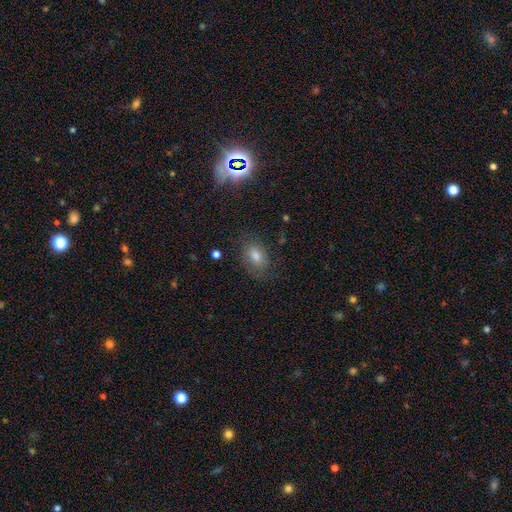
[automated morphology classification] smooth-or-featured: smooth: 51% | featured or disk: 26% | star or artifact: 24%
  how-rounded: in between: 74% | round: 24% | cigar-shaped: 2%
  merging: none: 75% | minor disturbance: 16% | major disturbance: 7% | merger: 2%